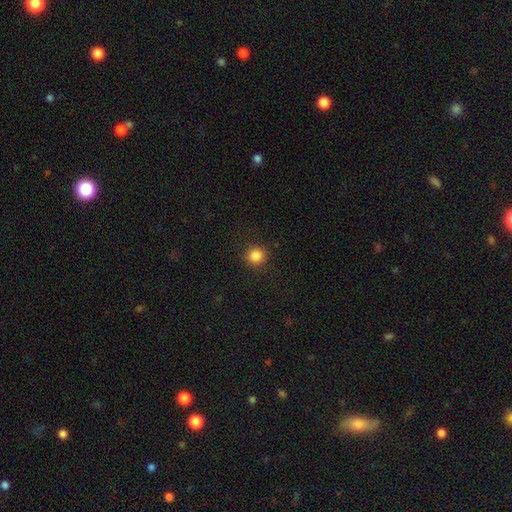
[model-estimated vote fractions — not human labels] The model was most divided on "smooth or featured": smooth: 85%, star or artifact: 11%, featured or disk: 4%. More confident: how rounded — round (92%); merging — none (91%).